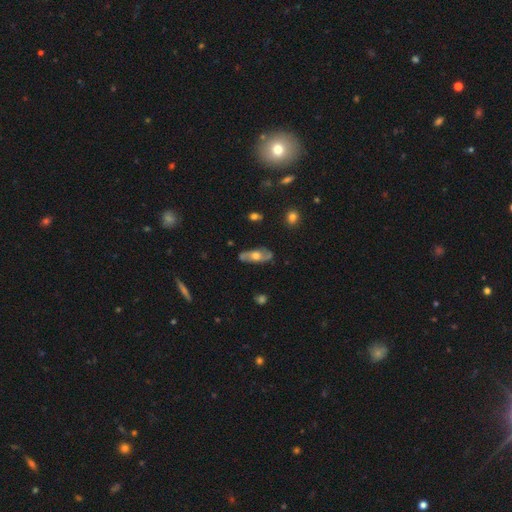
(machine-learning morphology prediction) Smooth or featured? featured or disk (63%)
Edge-on disk? no (78%)
Merging? none (77%)